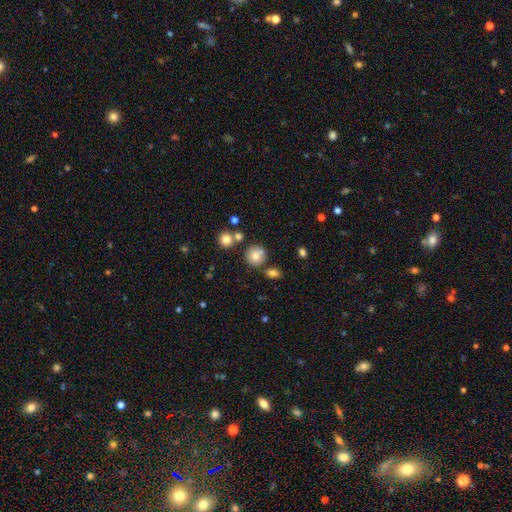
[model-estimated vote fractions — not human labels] Morphology: type=smooth (78%); roundness=round (90%); merging=none (71%).